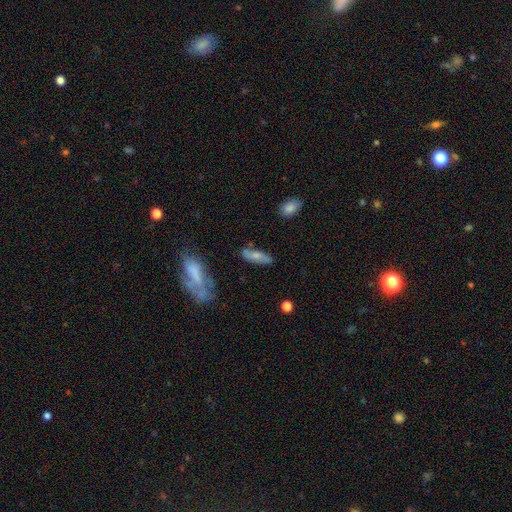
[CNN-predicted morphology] A smooth galaxy with no disk features (59%) that is cigar-shaped (49%). Merging: none (76%).